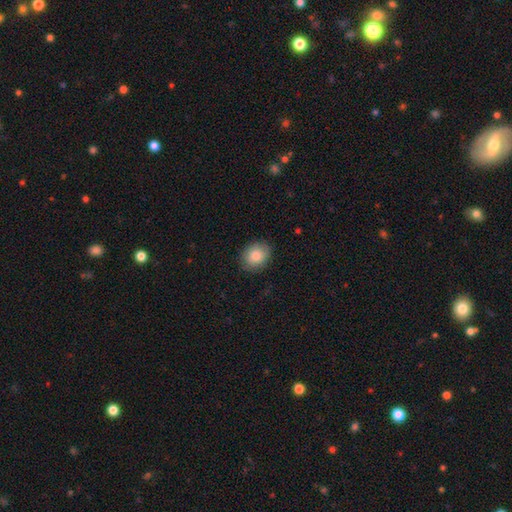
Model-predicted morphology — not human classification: Smooth or featured: smooth — 84% (featured or disk — 8%)
How rounded: in between — 55% (round — 44%)
Merging: none — 86% (minor disturbance — 10%)